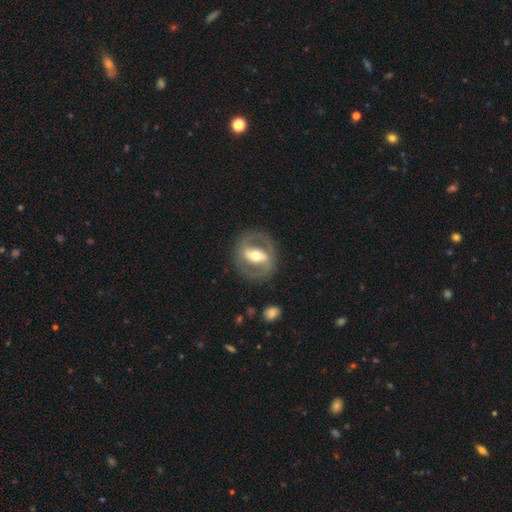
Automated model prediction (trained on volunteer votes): A featured or disk galaxy (77%) with a strong bar (56%), spiral arms (60%) and a moderate central bulge (70%).

Vote fractions:
- Smooth or featured? featured or disk: 77% / smooth: 18% / star or artifact: 5%
- Edge-on disk? no: 94% / yes: 6%
- Bar? strong: 56% / weak: 27% / no: 16%
- Spiral arms? yes: 60% / no: 40%
- Bulge size? moderate: 70% / small: 15% / large: 13% / dominant: 1% / none: 1%
- Merging? none: 82% / minor disturbance: 10% / major disturbance: 7% / merger: 1%